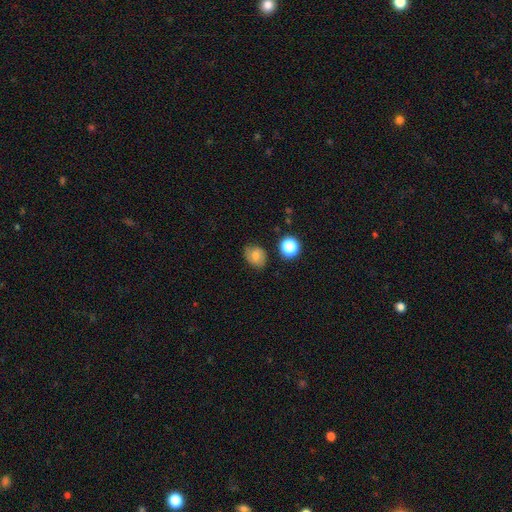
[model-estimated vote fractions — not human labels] A smooth galaxy with no disk features (62%) that is round (56%).

Vote fractions:
- Smooth or featured? smooth: 62% / featured or disk: 24% / star or artifact: 14%
- How rounded? round: 56% / in between: 43% / cigar-shaped: 1%
- Merging? none: 73% / minor disturbance: 19% / major disturbance: 5% / merger: 2%